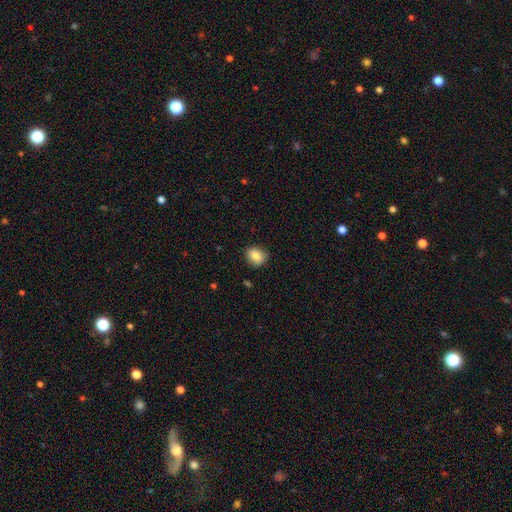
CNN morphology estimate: smooth 84%, star or artifact 9%, featured or disk 8%. Down the decision tree: how rounded — round (55%); merging — none (84%).